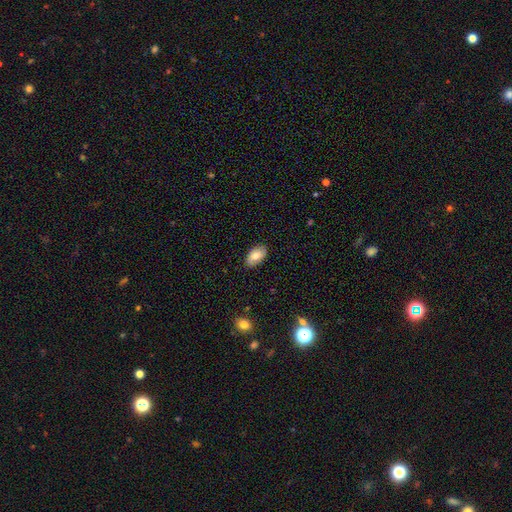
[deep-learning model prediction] A smooth galaxy with no disk features (73%) that is in between round and cigar-shaped (93%). Merging: none (84%).